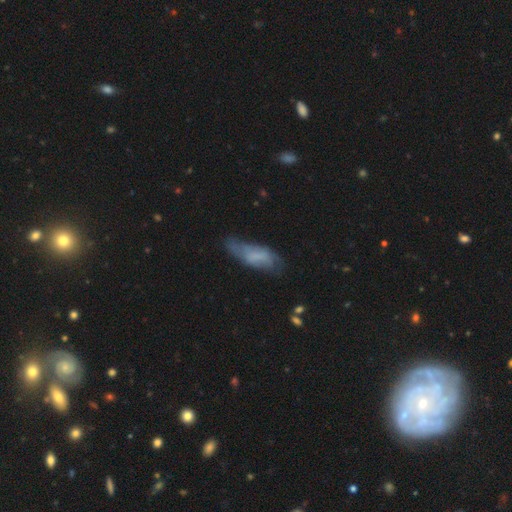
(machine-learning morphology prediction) Q: Smooth or featured?
A: smooth (59%); runner-up: featured or disk (33%)
Q: How rounded?
A: in between (65%); runner-up: cigar-shaped (33%)
Q: Merging?
A: none (48%); runner-up: minor disturbance (34%)